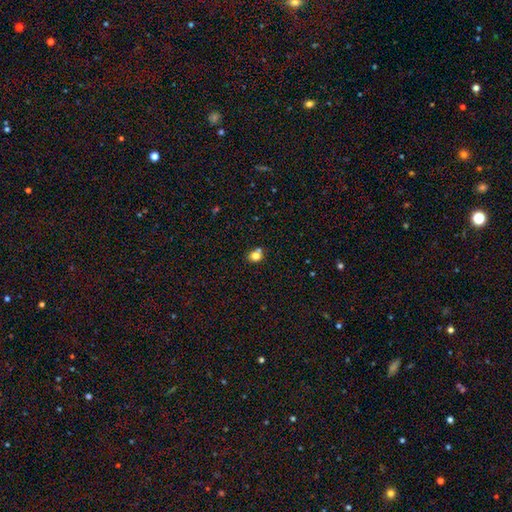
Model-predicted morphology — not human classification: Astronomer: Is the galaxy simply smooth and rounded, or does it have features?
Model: smooth — 79%.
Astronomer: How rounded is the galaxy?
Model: round — 69%.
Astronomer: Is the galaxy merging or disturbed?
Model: none — 62%.